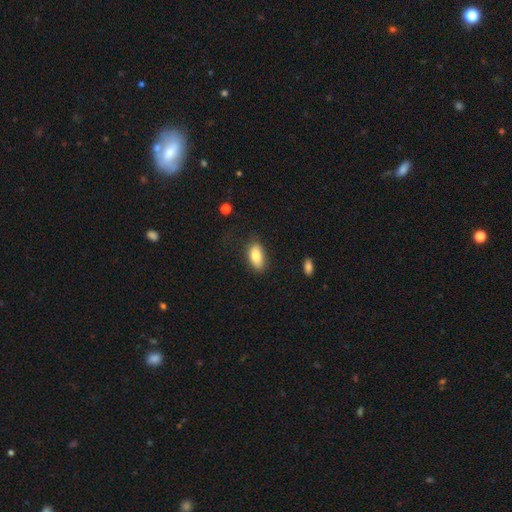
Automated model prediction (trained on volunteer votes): A smooth galaxy with no disk features (81%) that is in between round and cigar-shaped (90%). Merging: none (77%).